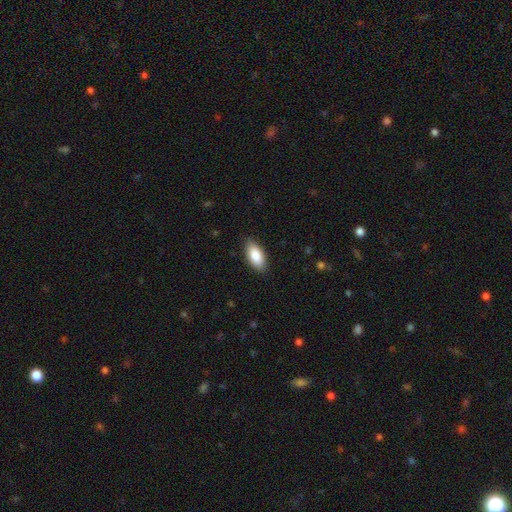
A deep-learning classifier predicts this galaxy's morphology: Overall: smooth (87%). How rounded: in between (91%). Merging: none (87%).